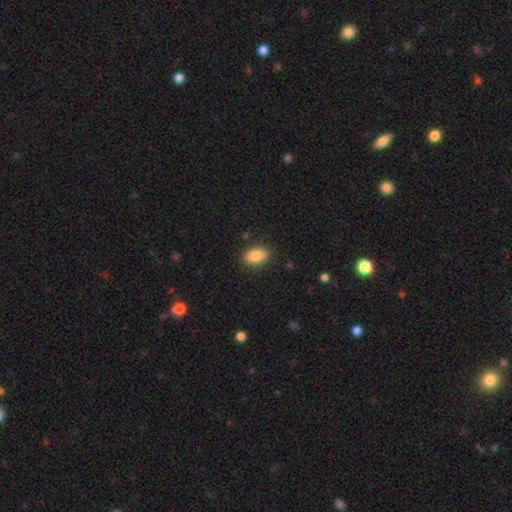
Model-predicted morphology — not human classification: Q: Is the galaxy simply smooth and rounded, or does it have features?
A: smooth — 86%.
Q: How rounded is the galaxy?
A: in between — 89%.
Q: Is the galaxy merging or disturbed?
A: none — 85%.